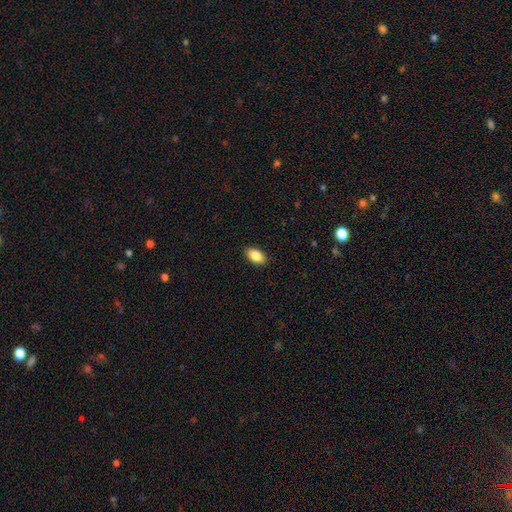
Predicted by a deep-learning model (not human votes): smooth 87%, star or artifact 7%, featured or disk 6%. Down the decision tree: how rounded — in between (92%); merging — none (90%).